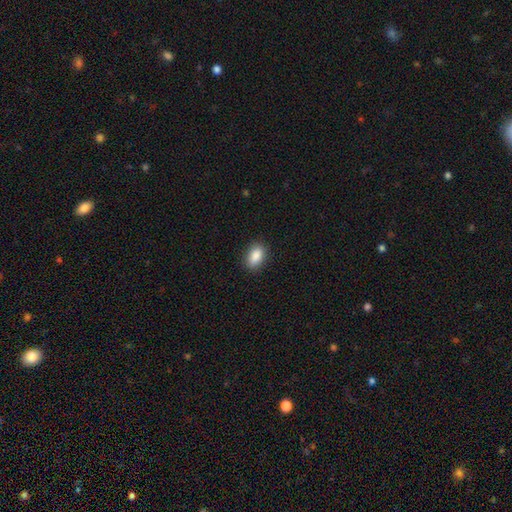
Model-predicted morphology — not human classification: Smooth or featured? smooth (88%)
How rounded? in between (88%)
Merging? none (88%)